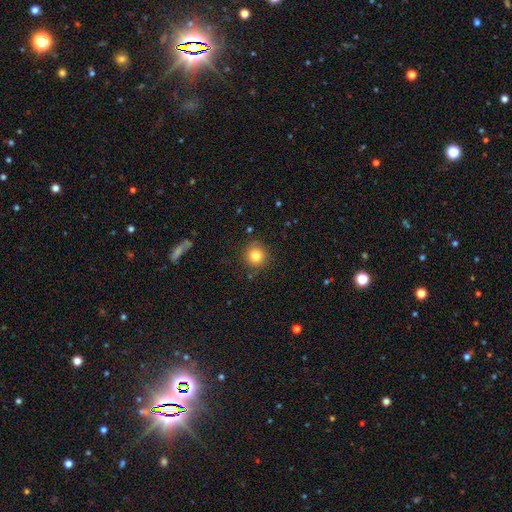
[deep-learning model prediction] Smooth or featured? Predicted: smooth (p=0.82). How rounded? Predicted: round (p=0.92). Merging? Predicted: none (p=0.84).